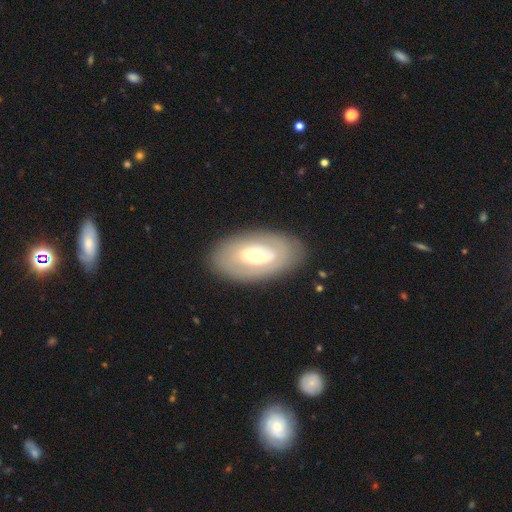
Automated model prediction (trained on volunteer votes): Q: Smooth or featured?
A: featured or disk (60%); runner-up: smooth (34%)
Q: Edge-on disk?
A: no (90%); runner-up: yes (10%)
Q: Bar?
A: no (60%); runner-up: weak (27%)
Q: Spiral arms?
A: no (65%); runner-up: yes (35%)
Q: Bulge size?
A: moderate (60%); runner-up: small (28%)
Q: Merging?
A: none (84%); runner-up: minor disturbance (11%)